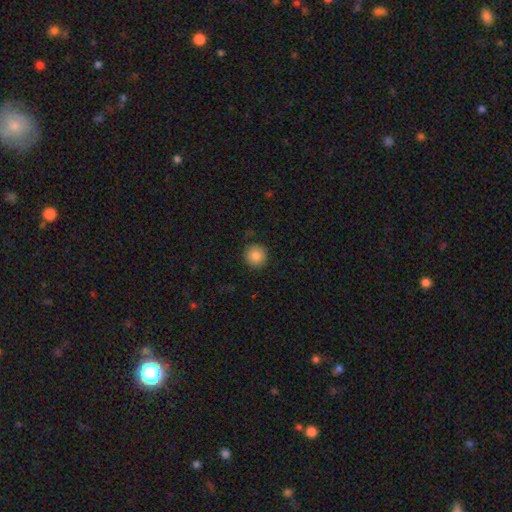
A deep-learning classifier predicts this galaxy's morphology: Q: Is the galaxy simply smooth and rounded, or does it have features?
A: smooth — 86%.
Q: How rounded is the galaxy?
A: round — 95%.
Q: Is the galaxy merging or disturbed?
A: none — 89%.